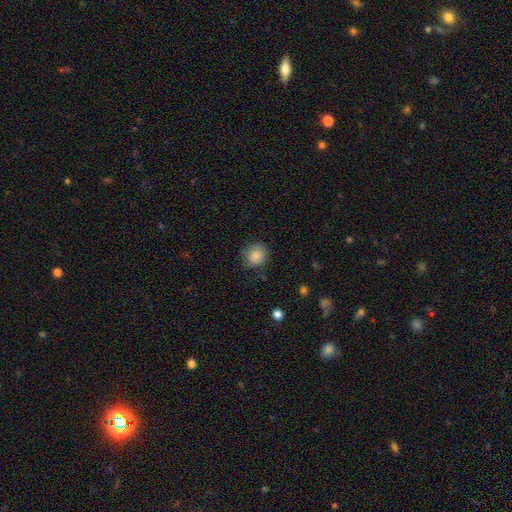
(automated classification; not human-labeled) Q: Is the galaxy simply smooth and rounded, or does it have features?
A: smooth — 85%.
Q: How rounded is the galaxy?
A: round — 77%.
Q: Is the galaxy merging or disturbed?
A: none — 74%.